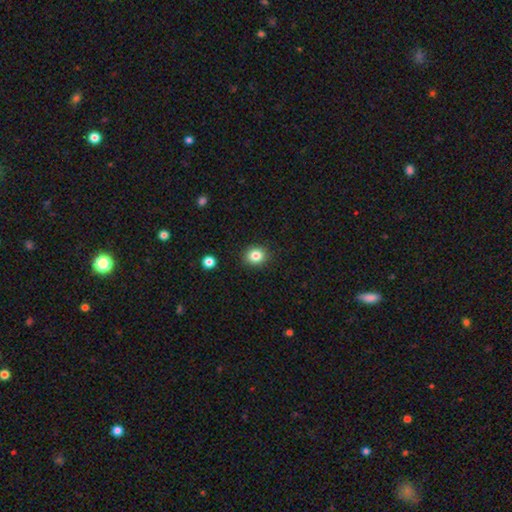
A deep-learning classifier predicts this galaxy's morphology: A smooth galaxy with no disk features (83%) that is round (73%).

Vote fractions:
- Smooth or featured? smooth: 83% / star or artifact: 11% / featured or disk: 6%
- How rounded? round: 73% / in between: 26% / cigar-shaped: 1%
- Merging? none: 90% / minor disturbance: 7% / major disturbance: 2% / merger: 1%